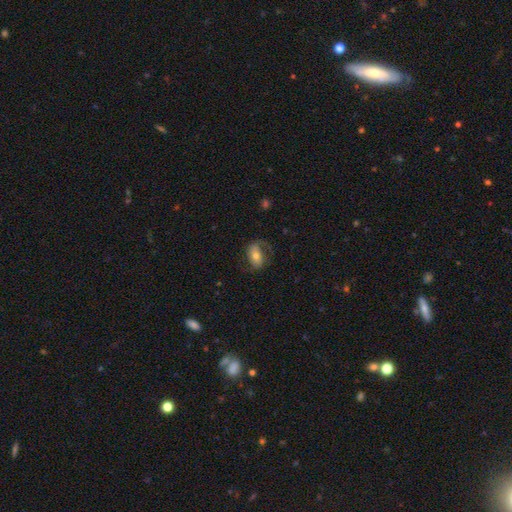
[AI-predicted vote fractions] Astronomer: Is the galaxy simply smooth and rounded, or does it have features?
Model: featured or disk — 55% (runner-up: smooth, 37%).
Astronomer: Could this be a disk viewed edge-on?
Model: no — 95%.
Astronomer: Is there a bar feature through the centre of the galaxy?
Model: no — 38% (runner-up: weak, 32%).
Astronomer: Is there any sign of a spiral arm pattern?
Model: yes — 83%.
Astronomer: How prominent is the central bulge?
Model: moderate — 59%.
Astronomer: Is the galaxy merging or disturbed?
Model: none — 66%.